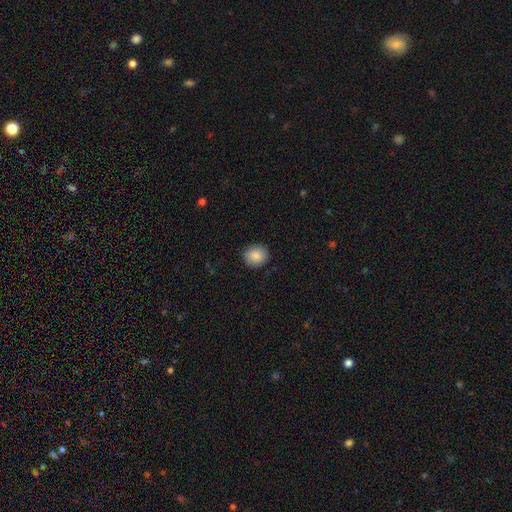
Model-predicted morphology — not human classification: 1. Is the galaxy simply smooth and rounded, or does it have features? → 87% smooth, 8% star or artifact, 5% featured or disk.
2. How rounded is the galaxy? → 79% round, 20% in between, 1% cigar-shaped.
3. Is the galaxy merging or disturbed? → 91% none, 6% minor disturbance, 2% major disturbance, 1% merger.